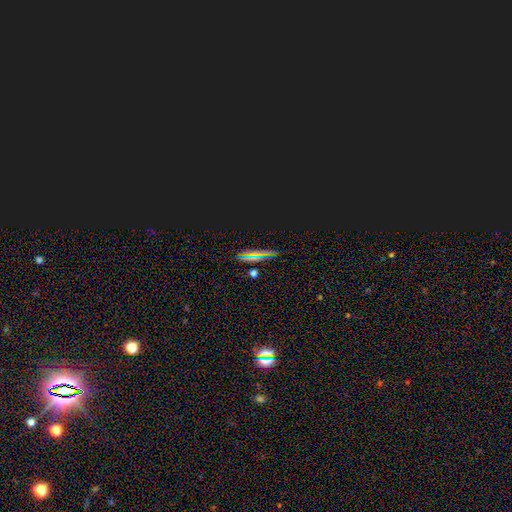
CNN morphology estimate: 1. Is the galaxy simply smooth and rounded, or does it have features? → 48% star or artifact, 40% smooth, 12% featured or disk.